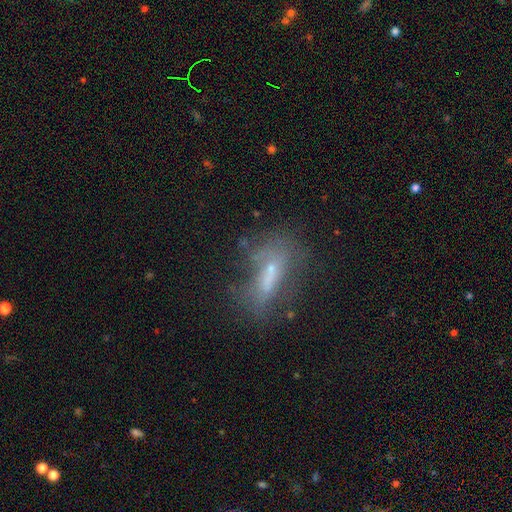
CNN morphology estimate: Smooth or featured: smooth — 44% (featured or disk — 39%)
Merging: none — 54% (minor disturbance — 22%)